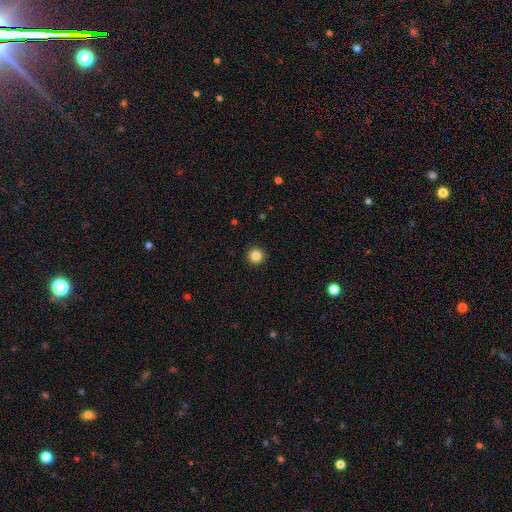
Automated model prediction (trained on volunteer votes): Overall: smooth (85%). How rounded: round (96%). Merging: none (93%).